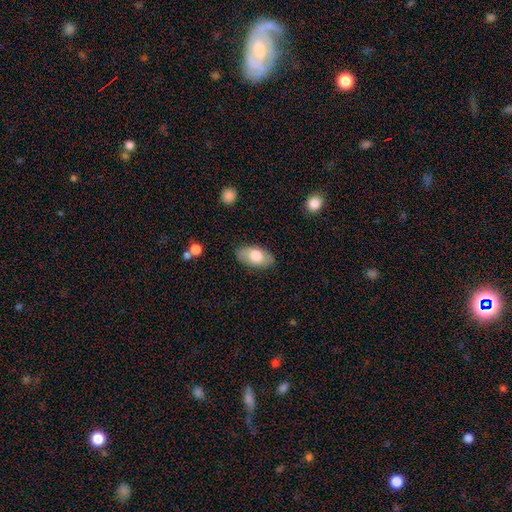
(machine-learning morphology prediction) This is likely a smooth galaxy (71%). How rounded: clearly in between (93%). Merging: clearly none (84%).